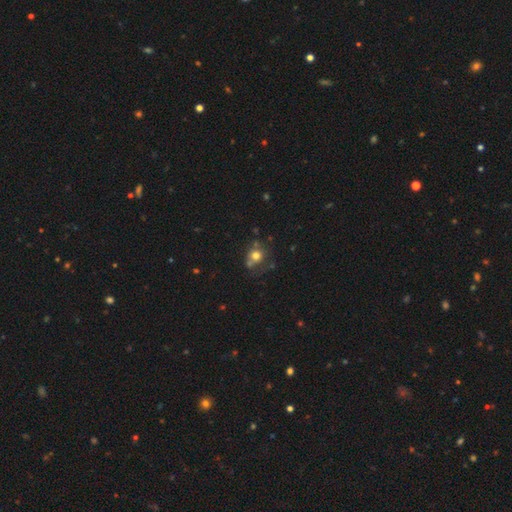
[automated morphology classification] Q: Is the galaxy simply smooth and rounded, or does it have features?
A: smooth — 71%.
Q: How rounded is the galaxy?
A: round — 77%.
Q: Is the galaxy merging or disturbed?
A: none — 53%.